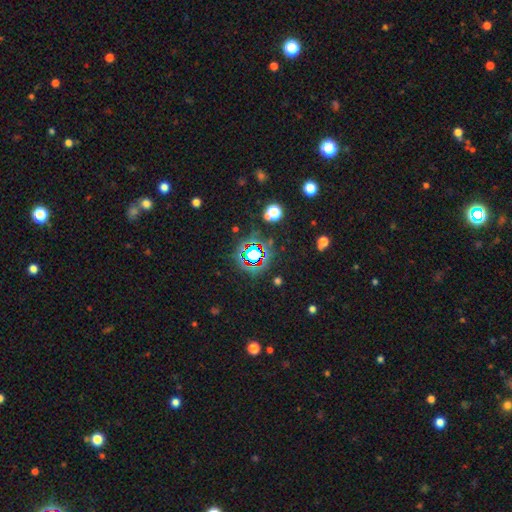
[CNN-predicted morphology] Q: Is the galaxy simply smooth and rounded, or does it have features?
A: star or artifact — 72%.